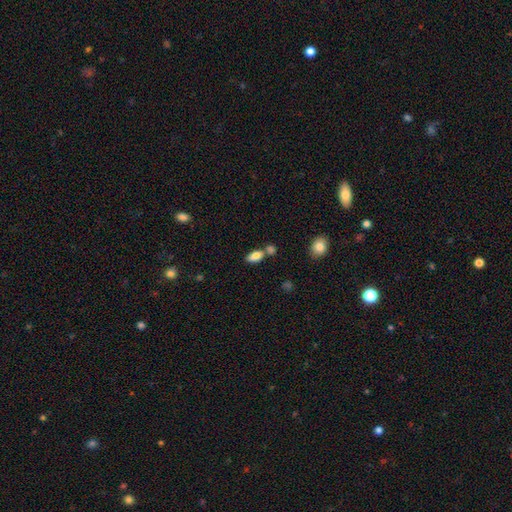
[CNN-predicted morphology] Smooth or featured?
  - smooth: 84% *
  - featured or disk: 8%
  - star or artifact: 8%
How rounded?
  - in between: 89% *
  - cigar-shaped: 7%
  - round: 4%
Merging?
  - none: 53% *
  - merger: 33%
  - minor disturbance: 11%
  - major disturbance: 4%